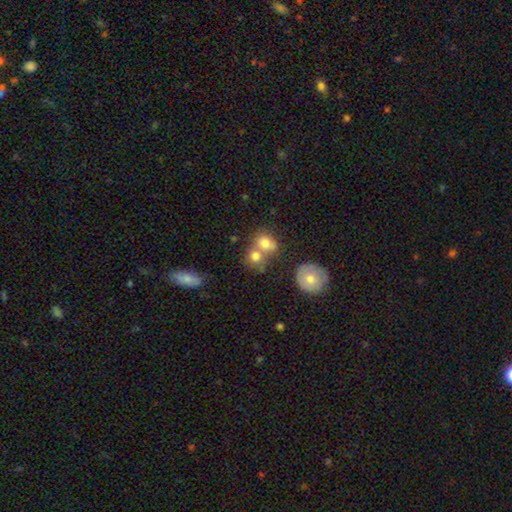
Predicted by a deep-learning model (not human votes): Q: Smooth or featured?
A: smooth (51%); runner-up: star or artifact (25%)
Q: How rounded?
A: round (66%); runner-up: in between (30%)
Q: Merging?
A: none (63%); runner-up: merger (23%)